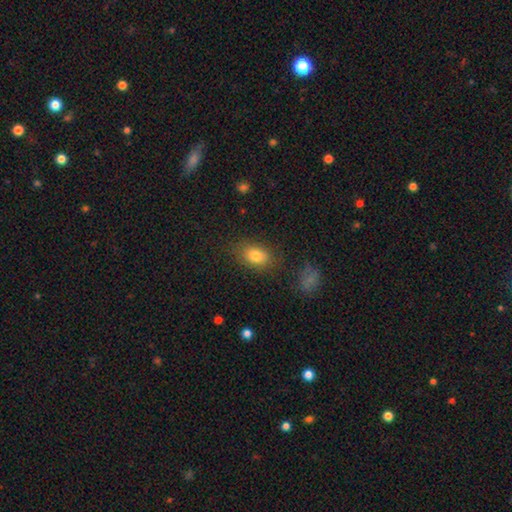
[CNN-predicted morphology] This appears to be a smooth galaxy with no disk features (82%) that is in between round and cigar-shaped (78%). Merging: none (77%).